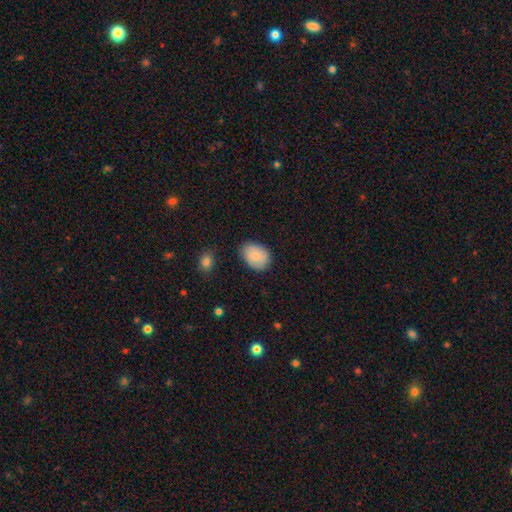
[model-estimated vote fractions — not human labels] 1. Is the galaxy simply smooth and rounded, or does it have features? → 82% smooth, 11% featured or disk, 7% star or artifact.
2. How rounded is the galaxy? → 72% in between, 27% round, 1% cigar-shaped.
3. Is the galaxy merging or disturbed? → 78% none, 17% minor disturbance, 3% major disturbance, 2% merger.